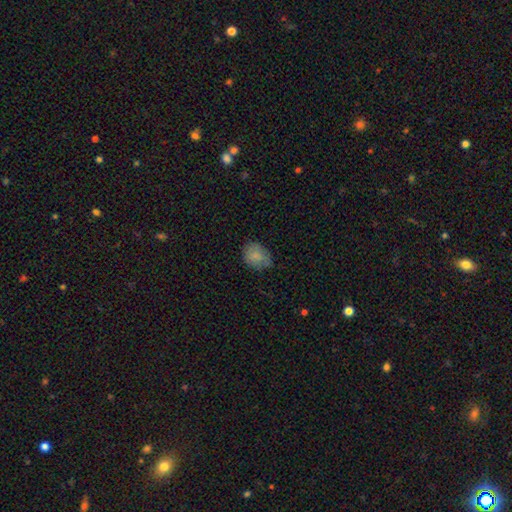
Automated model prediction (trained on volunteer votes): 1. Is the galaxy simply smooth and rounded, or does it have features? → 81% smooth, 10% featured or disk, 9% star or artifact.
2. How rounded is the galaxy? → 58% in between, 41% round, 1% cigar-shaped.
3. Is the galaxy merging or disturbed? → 60% none, 31% minor disturbance, 7% major disturbance, 2% merger.